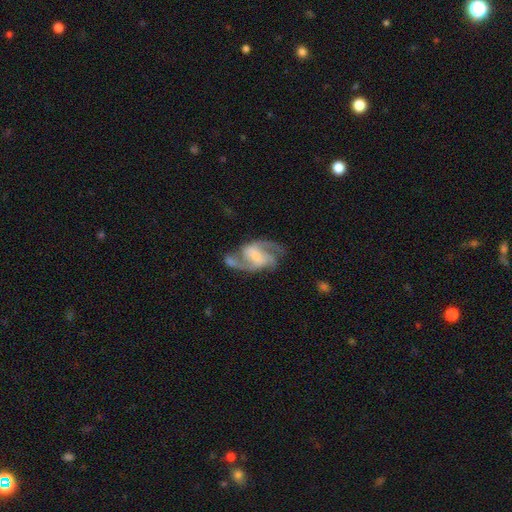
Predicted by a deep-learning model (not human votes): smooth_or_featured: featured or disk (p=0.86) [alt: smooth p=0.08]
disk_edge_on: no (p=0.97) [alt: yes p=0.03]
bar: weak (p=0.47) [alt: strong p=0.30]
has_spiral_arms: yes (p=0.96) [alt: no p=0.04]
spiral_winding: medium (p=0.55) [alt: loose p=0.28]
spiral_arm_count: 2 (p=0.64) [alt: 3 p=0.21]
bulge_size: small (p=0.39) [alt: moderate p=0.32]
merging: none (p=0.57) [alt: minor disturbance p=0.19]